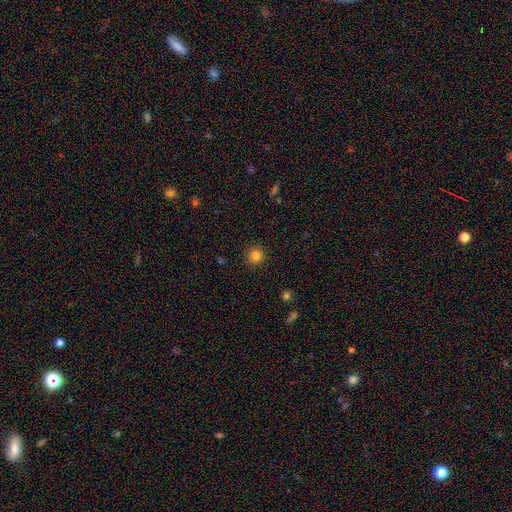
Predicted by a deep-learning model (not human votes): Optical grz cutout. It shows a smooth galaxy with no disk features (83%) that is round (94%). Merging: none (91%).